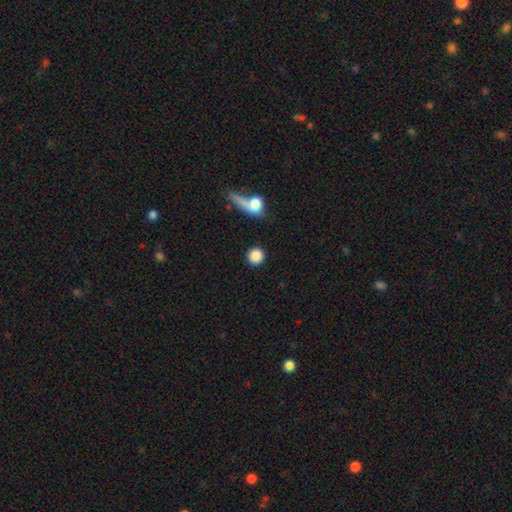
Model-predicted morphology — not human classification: Q: Smooth or featured?
A: smooth (86%); runner-up: star or artifact (9%)
Q: How rounded?
A: round (94%); runner-up: in between (5%)
Q: Merging?
A: none (85%); runner-up: minor disturbance (7%)